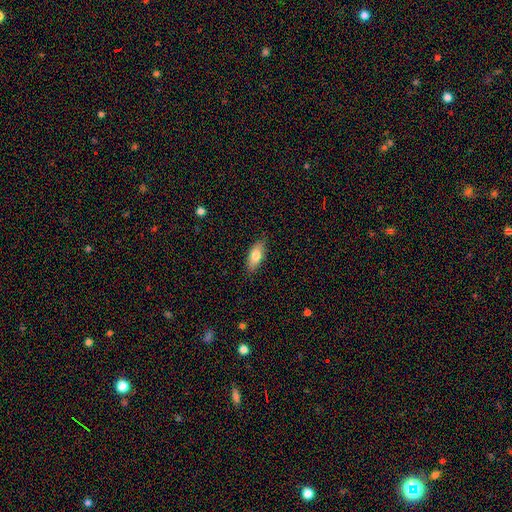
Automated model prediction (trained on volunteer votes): smooth_or_featured: smooth (p=0.77) [alt: featured or disk p=0.17]
how_rounded: in between (p=0.83) [alt: cigar-shaped p=0.14]
merging: none (p=0.87) [alt: minor disturbance p=0.10]